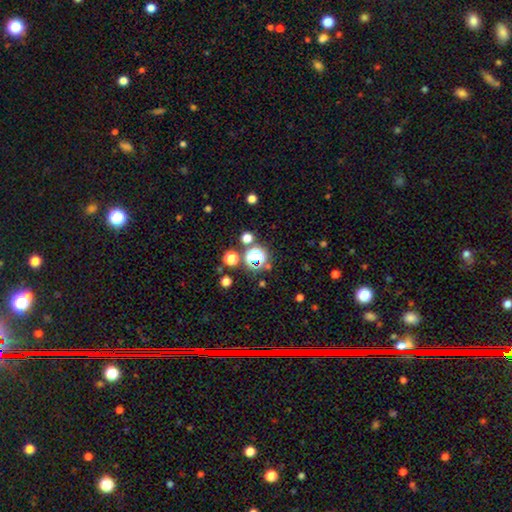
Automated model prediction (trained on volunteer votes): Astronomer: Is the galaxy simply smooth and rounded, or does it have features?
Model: star or artifact — 50% (runner-up: smooth, 41%).